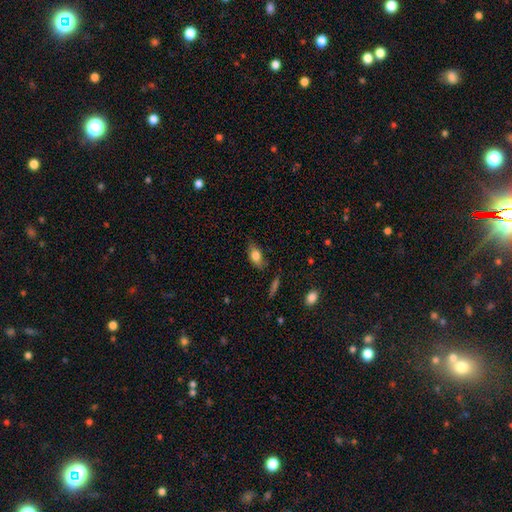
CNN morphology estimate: This appears to be a smooth galaxy with no disk features (77%) that is in between round and cigar-shaped (84%). Merging: none (64%).